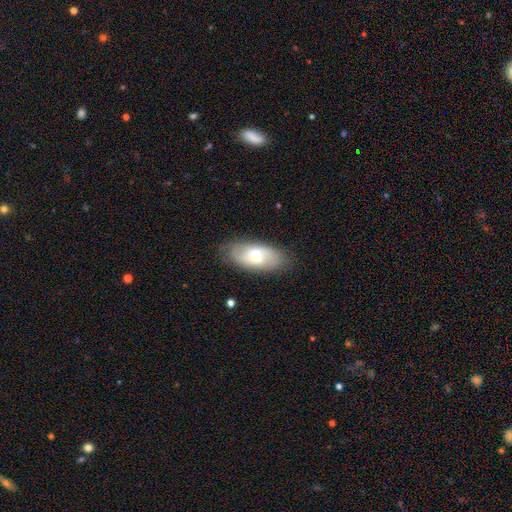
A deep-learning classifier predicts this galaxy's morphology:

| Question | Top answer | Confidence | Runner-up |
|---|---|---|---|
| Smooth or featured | smooth | 53% | featured or disk (40%) |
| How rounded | in between | 89% | cigar-shaped (8%) |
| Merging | none | 80% | minor disturbance (15%) |